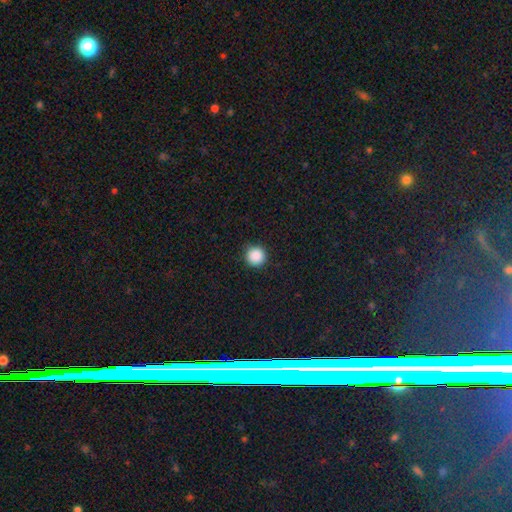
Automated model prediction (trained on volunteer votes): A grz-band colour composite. It shows a smooth galaxy with no disk features (88%) that is round (96%). Merging: none (91%).